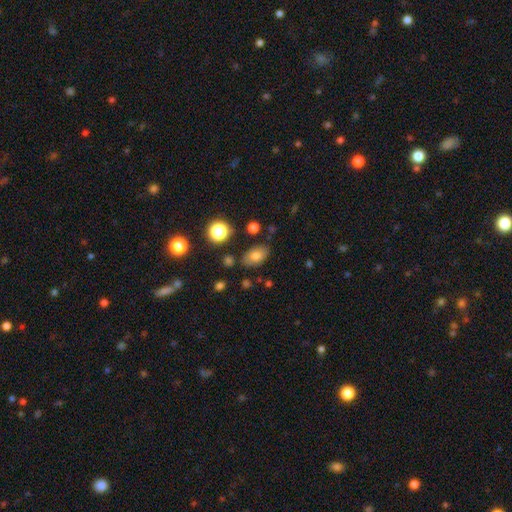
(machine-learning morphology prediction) smooth_or_featured: smooth (p=0.75) [alt: featured or disk p=0.13]
how_rounded: in between (p=0.86) [alt: round p=0.12]
merging: none (p=0.79) [alt: minor disturbance p=0.14]